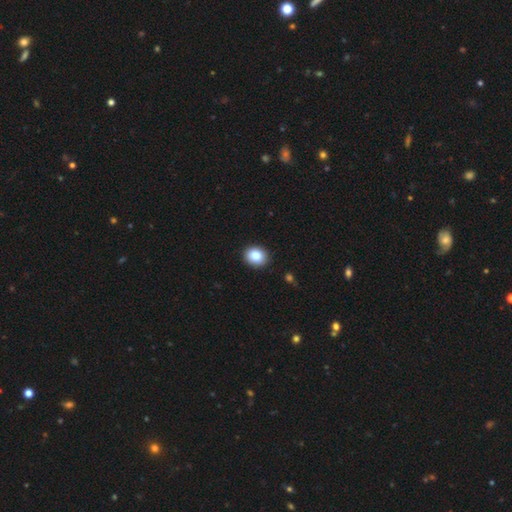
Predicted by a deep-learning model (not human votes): Smooth or featured: smooth — 85% (star or artifact — 9%)
How rounded: round — 65% (in between — 34%)
Merging: none — 90% (minor disturbance — 7%)